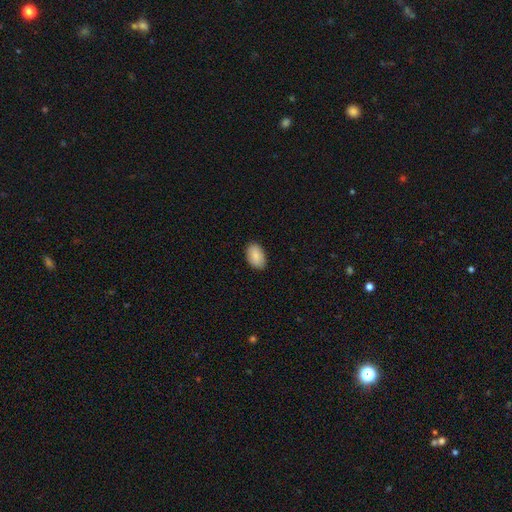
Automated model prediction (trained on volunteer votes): Overall: smooth (86%). How rounded: in between (92%). Merging: none (87%).